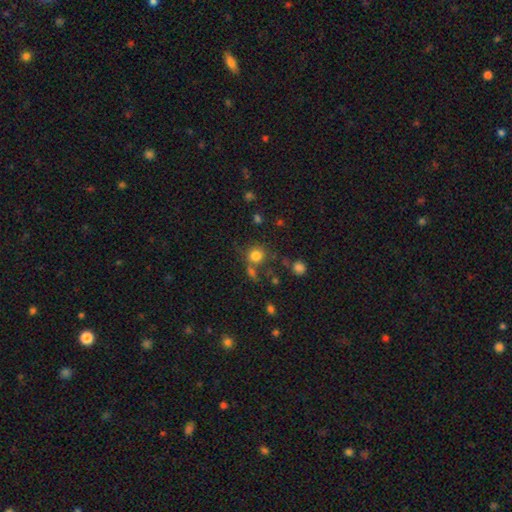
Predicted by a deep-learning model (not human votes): smooth_or_featured: smooth (p=0.80) [alt: star or artifact p=0.13]
how_rounded: round (p=0.86) [alt: in between p=0.13]
merging: none (p=0.63) [alt: merger p=0.18]